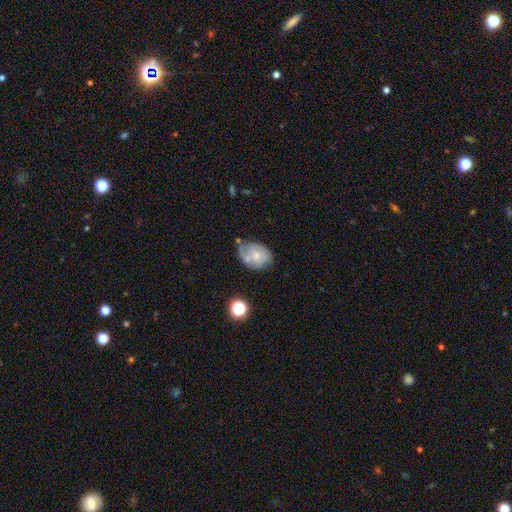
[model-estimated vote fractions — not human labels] Morphology: type=smooth (53%); roundness=in between (65%); merging=none (43%).